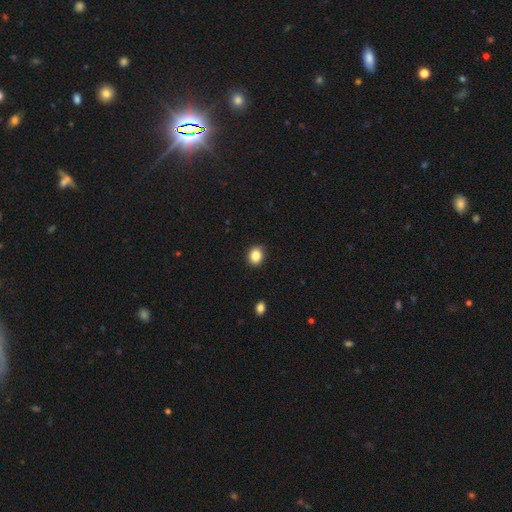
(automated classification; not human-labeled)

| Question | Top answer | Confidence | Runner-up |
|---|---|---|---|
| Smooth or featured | smooth | 86% | star or artifact (10%) |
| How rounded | round | 58% | in between (41%) |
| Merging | none | 89% | minor disturbance (8%) |